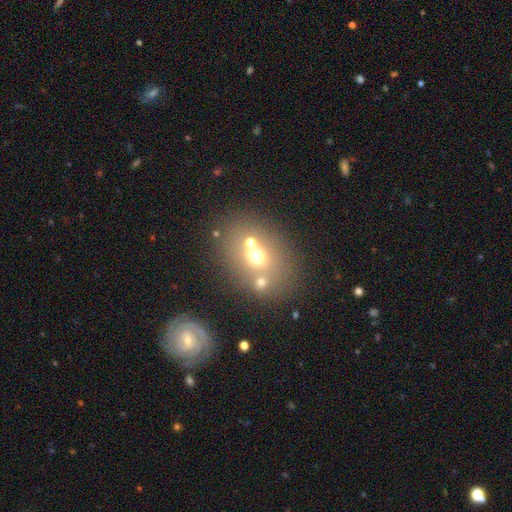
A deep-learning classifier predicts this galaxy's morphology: A smooth galaxy with no disk features (58%) that is round (62%).

Vote fractions:
- Smooth or featured? smooth: 58% / star or artifact: 23% / featured or disk: 20%
- How rounded? round: 62% / in between: 37% / cigar-shaped: 1%
- Merging? none: 57% / merger: 27% / minor disturbance: 10% / major disturbance: 6%